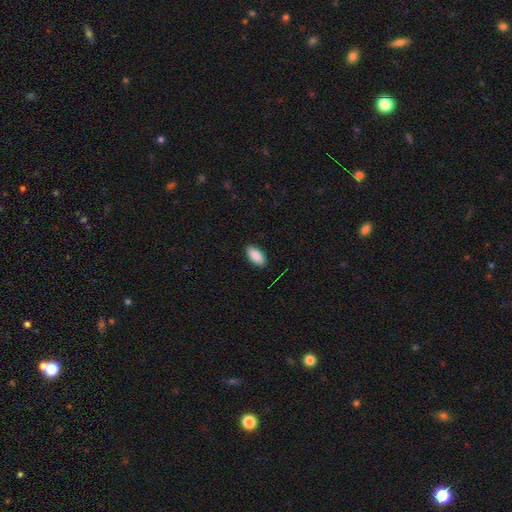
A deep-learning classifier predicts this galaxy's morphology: The model was most divided on "merging": none: 89%, minor disturbance: 8%, major disturbance: 2%, merger: 1%. More confident: how rounded — in between (93%); smooth or featured — smooth (89%).